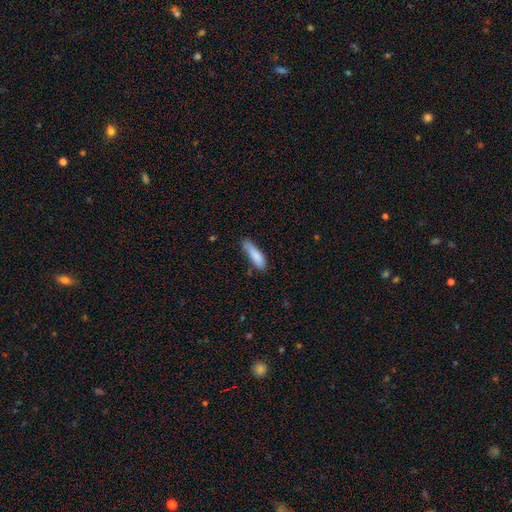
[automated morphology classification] A smooth galaxy with no disk features (84%) that is cigar-shaped (63%). Merging: none (56%).